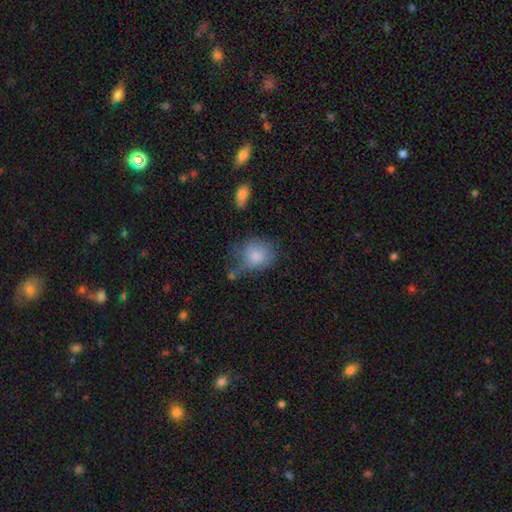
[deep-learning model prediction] Overall: smooth (80%). How rounded: round (61%; in between 38%). Merging: none (42%; minor disturbance 32%).